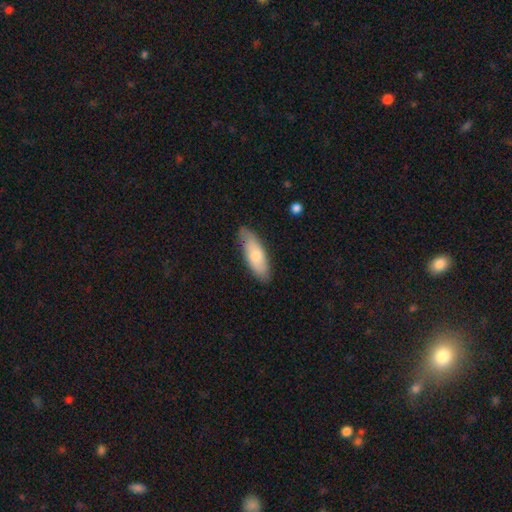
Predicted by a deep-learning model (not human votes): smooth_or_featured: smooth (p=0.72) [alt: featured or disk p=0.22]
how_rounded: in between (p=0.68) [alt: cigar-shaped p=0.30]
merging: none (p=0.77) [alt: minor disturbance p=0.18]